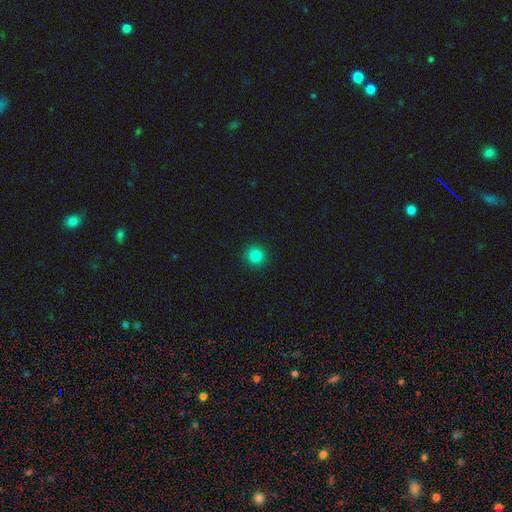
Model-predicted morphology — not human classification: smooth-or-featured: smooth: 84% | star or artifact: 12% | featured or disk: 4%
  how-rounded: round: 95% | in between: 4% | cigar-shaped: 1%
  merging: none: 92% | minor disturbance: 5% | major disturbance: 2% | merger: 1%